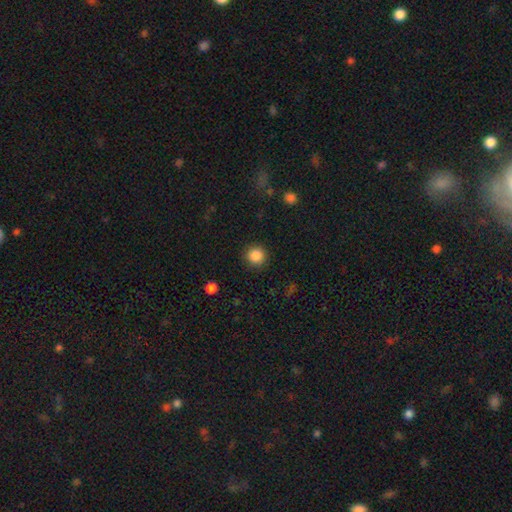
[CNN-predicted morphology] smooth 86%, star or artifact 10%, featured or disk 3%. Down the decision tree: how rounded — round (94%); merging — none (91%).